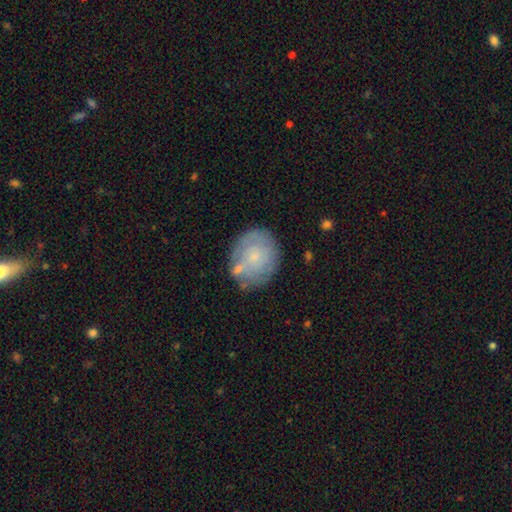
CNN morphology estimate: This appears to be a smooth galaxy with no disk features (54%) that is round (72%). Merging: none (66%).